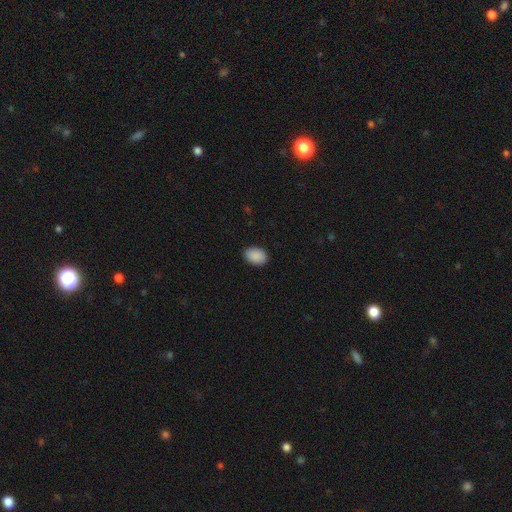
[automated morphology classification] Smooth or featured?
  - smooth: 90% *
  - star or artifact: 7%
  - featured or disk: 3%
How rounded?
  - in between: 83% *
  - round: 16%
  - cigar-shaped: 1%
Merging?
  - none: 88% *
  - minor disturbance: 9%
  - major disturbance: 2%
  - merger: 1%